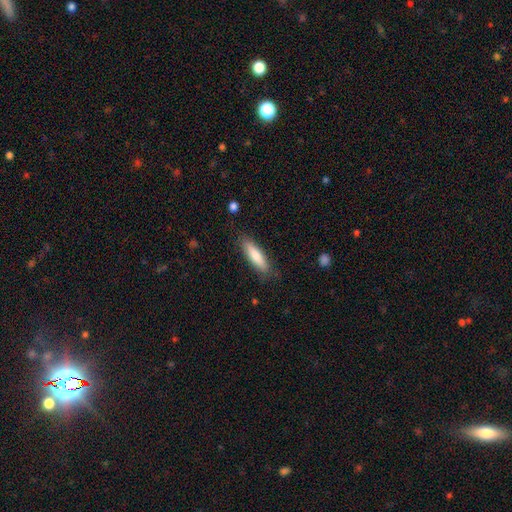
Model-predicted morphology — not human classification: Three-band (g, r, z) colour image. It shows a smooth galaxy with no disk features (80%) that is cigar-shaped (68%). Merging: none (84%).